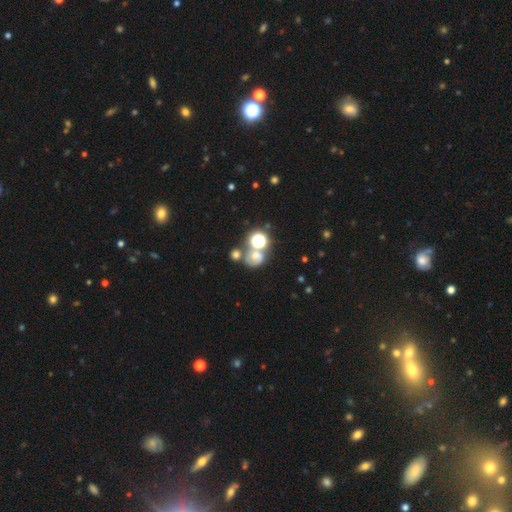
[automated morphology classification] Smooth or featured? Predicted: smooth (p=0.47). Merging? Predicted: none (p=0.44).